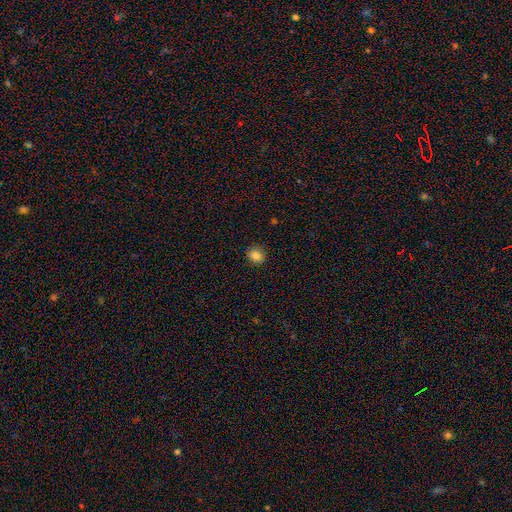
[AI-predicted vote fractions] A smooth galaxy with no disk features (84%) that is round (71%).

Vote fractions:
- Smooth or featured? smooth: 84% / star or artifact: 11% / featured or disk: 5%
- How rounded? round: 71% / in between: 28% / cigar-shaped: 1%
- Merging? none: 88% / minor disturbance: 9% / major disturbance: 2% / merger: 1%